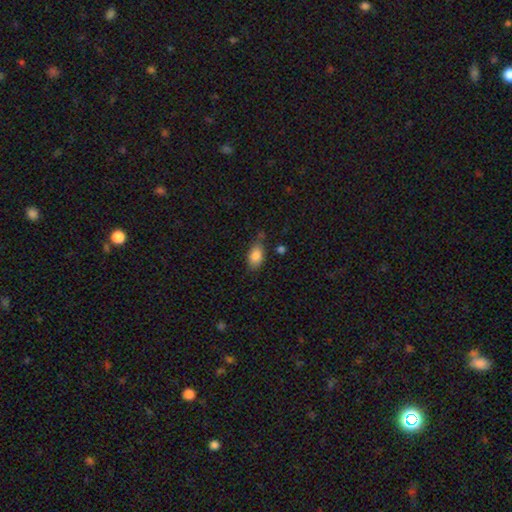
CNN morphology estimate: Smooth or featured: smooth — 85% (star or artifact — 8%)
How rounded: in between — 89% (round — 7%)
Merging: none — 67% (minor disturbance — 22%)